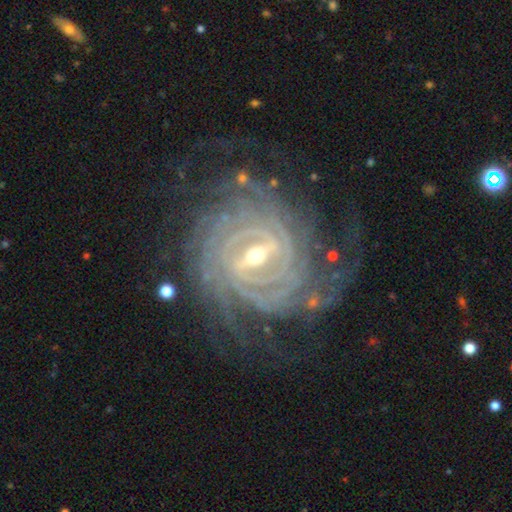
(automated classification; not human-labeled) smooth_or_featured: featured or disk (p=0.92) [alt: star or artifact p=0.05]
disk_edge_on: no (p=0.97) [alt: yes p=0.03]
bar: strong (p=0.53) [alt: weak p=0.39]
has_spiral_arms: yes (p=0.98) [alt: no p=0.02]
spiral_winding: tight (p=0.84) [alt: medium p=0.14]
spiral_arm_count: 4 (p=0.26) [alt: can't tell p=0.22]
bulge_size: small (p=0.51) [alt: moderate p=0.46]
merging: none (p=0.76) [alt: minor disturbance p=0.14]